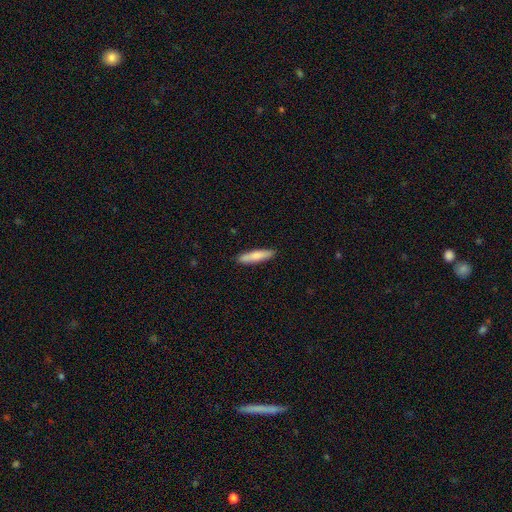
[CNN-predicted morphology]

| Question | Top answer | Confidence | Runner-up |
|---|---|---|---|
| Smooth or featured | smooth | 80% | featured or disk (14%) |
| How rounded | cigar-shaped | 83% | in between (16%) |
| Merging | none | 89% | minor disturbance (8%) |